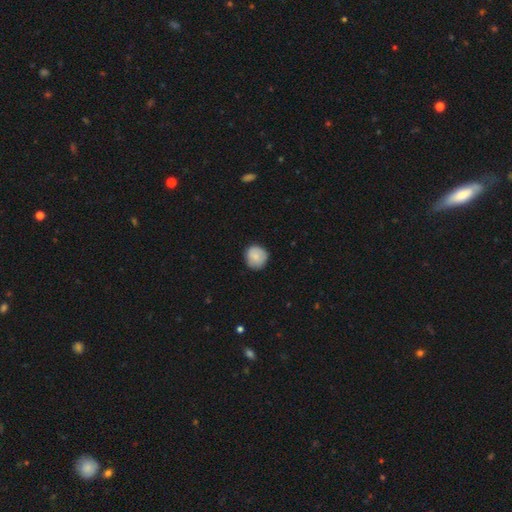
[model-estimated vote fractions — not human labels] Smooth or featured? smooth (82%)
How rounded? round (89%)
Merging? none (81%)